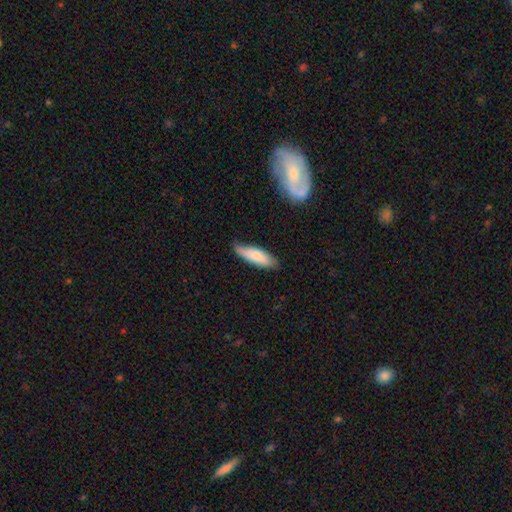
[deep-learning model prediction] Smooth or featured?
  - smooth: 77% *
  - featured or disk: 17%
  - star or artifact: 6%
How rounded?
  - in between: 50% *
  - cigar-shaped: 49%
  - round: 2%
Merging?
  - none: 68% *
  - minor disturbance: 26%
  - major disturbance: 4%
  - merger: 2%